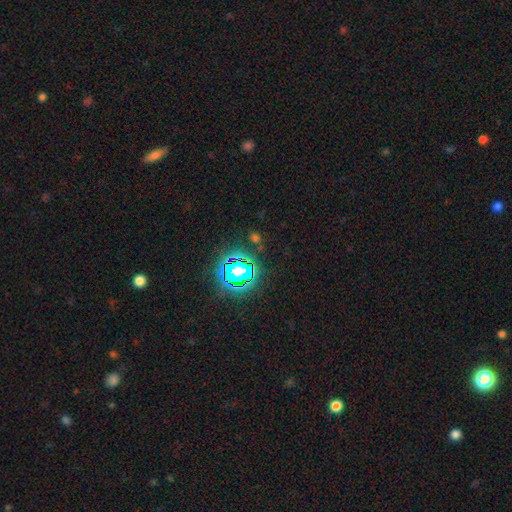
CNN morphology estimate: Smooth or featured? star or artifact (80%)